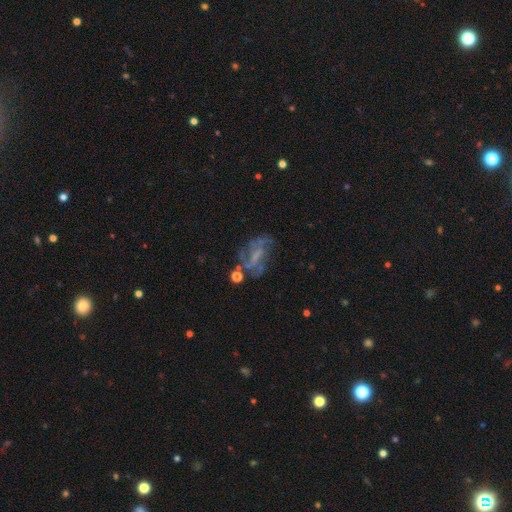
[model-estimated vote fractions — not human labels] The model was most divided on "bar": no: 44%, weak: 36%, strong: 20%. Remaining: edge-on disk — no (94%); smooth or featured — featured or disk (64%); spiral arms — yes (62%); bulge size — none (58%); merging — none (46%).